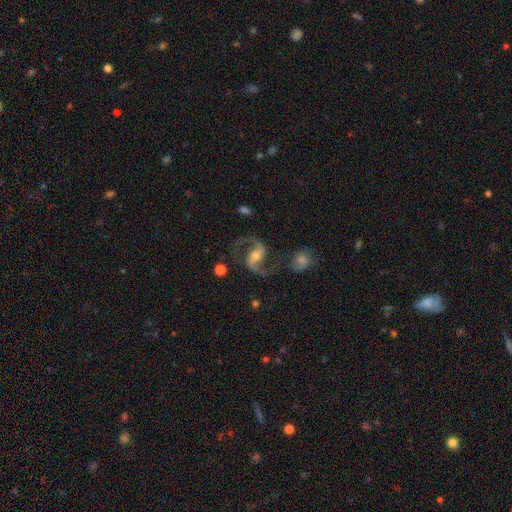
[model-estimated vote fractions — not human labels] featured or disk 91%, star or artifact 5%, smooth 4%. Down the decision tree: edge-on disk — no (98%); bar — weak (39%); spiral arms — yes (98%); spiral arm count — 2 (94%); spiral winding — loose (53%); bulge size — moderate (61%); merging — none (76%).